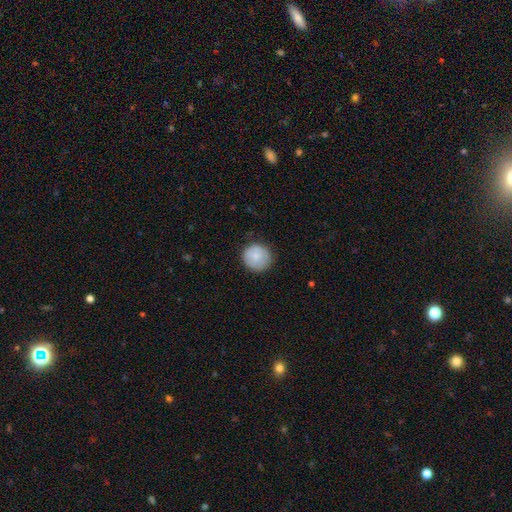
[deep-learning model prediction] A smooth galaxy with no disk features (82%) that is round (94%).

Vote fractions:
- Smooth or featured? smooth: 82% / featured or disk: 12% / star or artifact: 7%
- How rounded? round: 94% / in between: 5% / cigar-shaped: 1%
- Merging? none: 85% / minor disturbance: 12% / major disturbance: 3% / merger: 1%